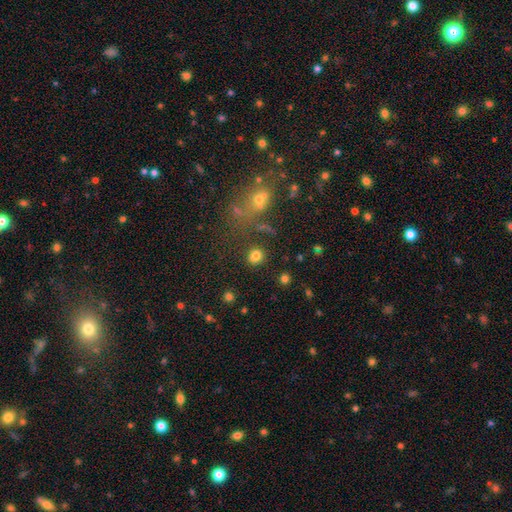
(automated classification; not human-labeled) Smooth or featured: smooth — 78% (star or artifact — 15%)
How rounded: round — 77% (in between — 22%)
Merging: none — 79% (minor disturbance — 10%)